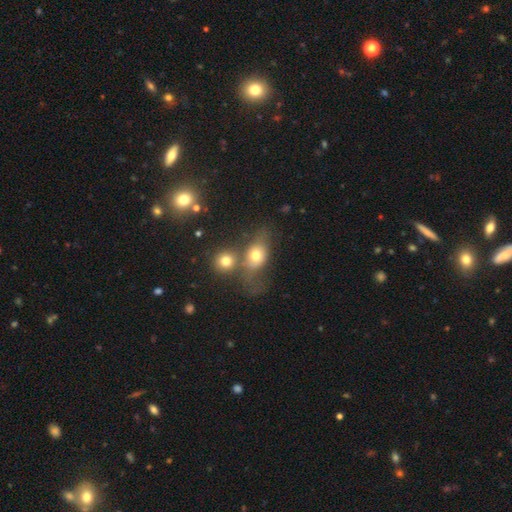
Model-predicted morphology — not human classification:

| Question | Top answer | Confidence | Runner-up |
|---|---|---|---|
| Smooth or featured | smooth | 69% | featured or disk (19%) |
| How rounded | in between | 55% | round (42%) |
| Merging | merger | 42% | none (28%) |